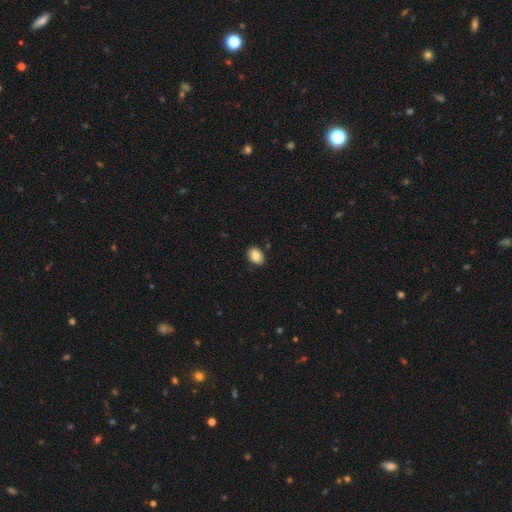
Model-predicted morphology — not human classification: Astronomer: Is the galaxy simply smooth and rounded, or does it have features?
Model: smooth — 88%.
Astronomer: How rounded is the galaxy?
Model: in between — 79%.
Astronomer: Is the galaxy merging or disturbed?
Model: none — 88%.